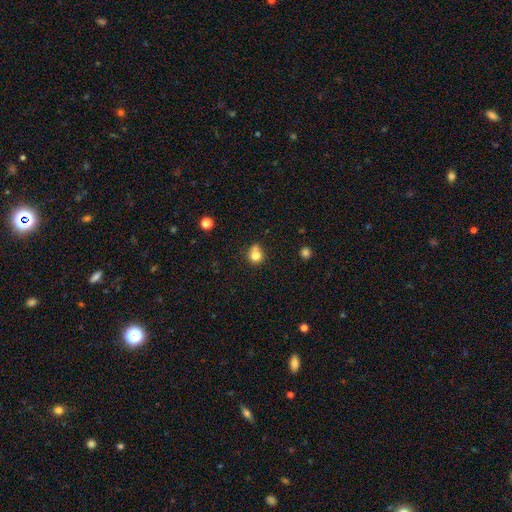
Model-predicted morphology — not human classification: A smooth galaxy with no disk features (78%) that is round (79%).

Vote fractions:
- Smooth or featured? smooth: 78% / star or artifact: 12% / featured or disk: 10%
- How rounded? round: 79% / in between: 20% / cigar-shaped: 1%
- Merging? none: 51% / merger: 21% / minor disturbance: 21% / major disturbance: 7%